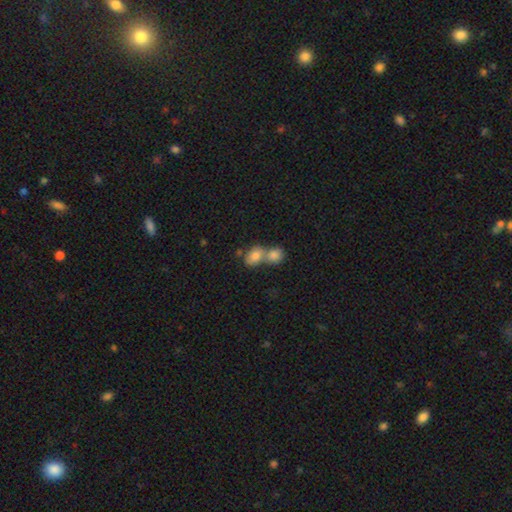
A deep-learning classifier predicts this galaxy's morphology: type=smooth (79%); roundness=in between (62%); merging=merger (67%).